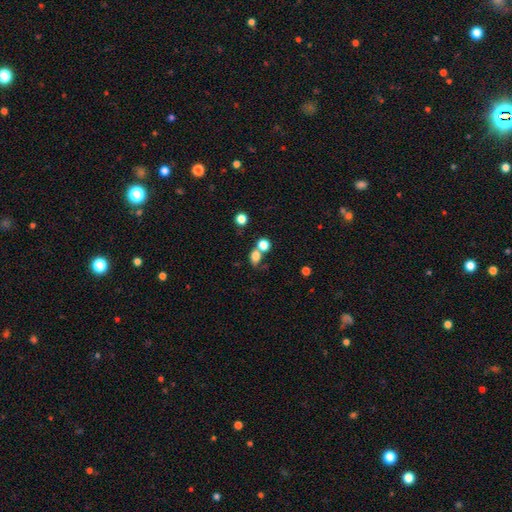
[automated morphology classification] This appears to be a smooth galaxy with no disk features (76%) that is in between round and cigar-shaped (53%). Merging: none (43%).